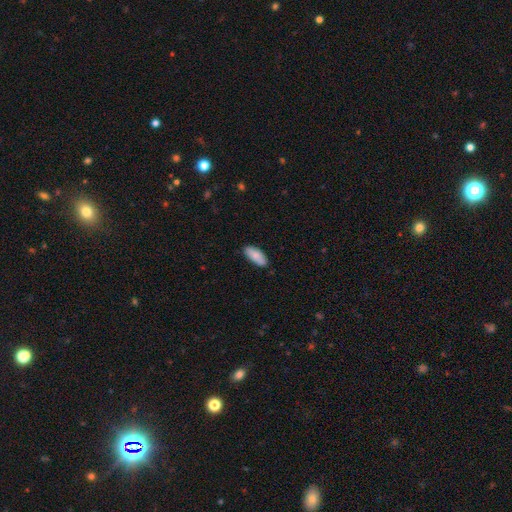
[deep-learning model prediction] smooth_or_featured: smooth (p=0.84) [alt: featured or disk p=0.10]
how_rounded: in between (p=0.81) [alt: cigar-shaped p=0.17]
merging: none (p=0.83) [alt: minor disturbance p=0.13]